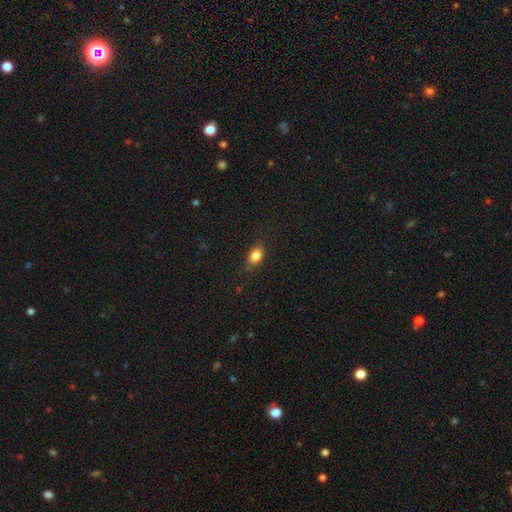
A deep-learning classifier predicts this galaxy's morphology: Smooth or featured?
  - smooth: 84% *
  - star or artifact: 9%
  - featured or disk: 7%
How rounded?
  - in between: 74% *
  - round: 23%
  - cigar-shaped: 2%
Merging?
  - none: 82% *
  - minor disturbance: 14%
  - major disturbance: 4%
  - merger: 1%